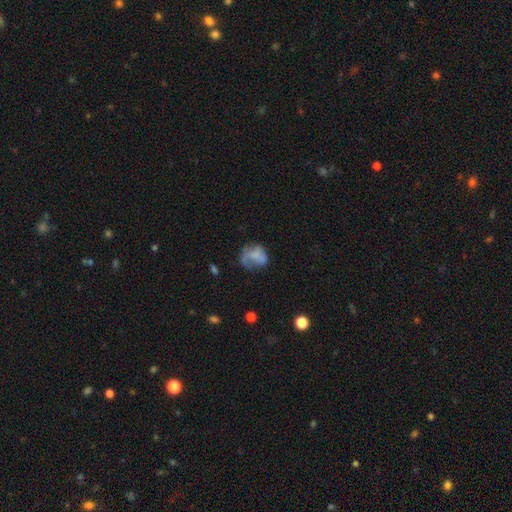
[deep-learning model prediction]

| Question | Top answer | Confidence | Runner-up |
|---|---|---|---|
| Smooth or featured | smooth | 56% | featured or disk (33%) |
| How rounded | round | 57% | in between (42%) |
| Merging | none | 37% | major disturbance (32%) |